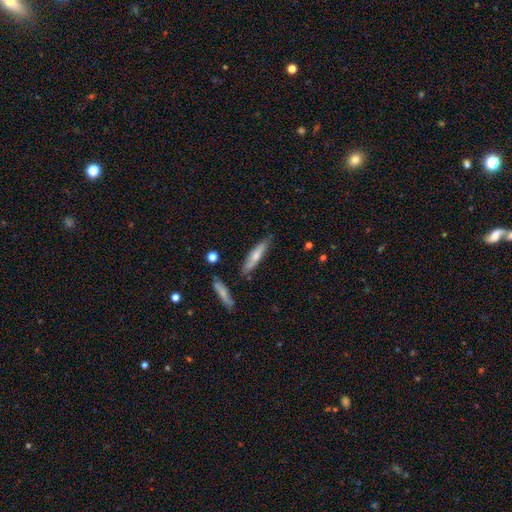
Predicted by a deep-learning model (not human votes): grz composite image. It shows a smooth galaxy with no disk features (59%) that is cigar-shaped (85%). Merging: none (75%).